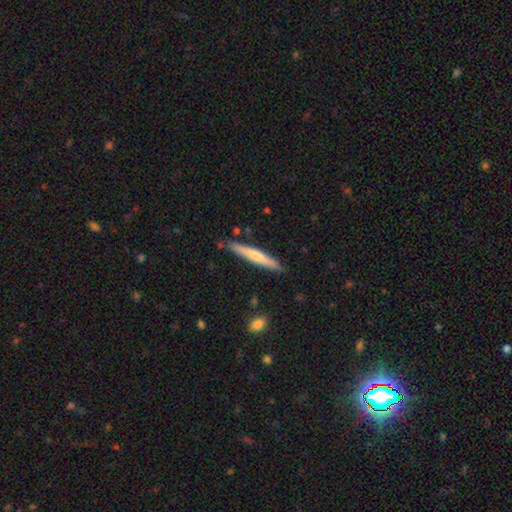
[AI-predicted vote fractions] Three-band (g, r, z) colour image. It shows a smooth galaxy with no disk features (61%) that is cigar-shaped (95%). Merging: none (85%).